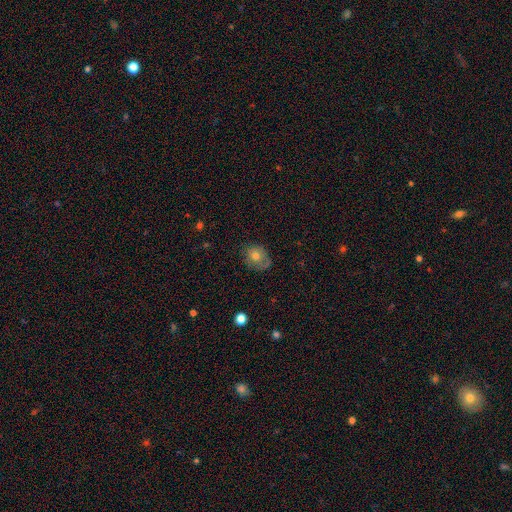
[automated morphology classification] Q: Smooth or featured?
A: smooth (64%); runner-up: featured or disk (25%)
Q: How rounded?
A: round (61%); runner-up: in between (38%)
Q: Merging?
A: none (69%); runner-up: minor disturbance (22%)